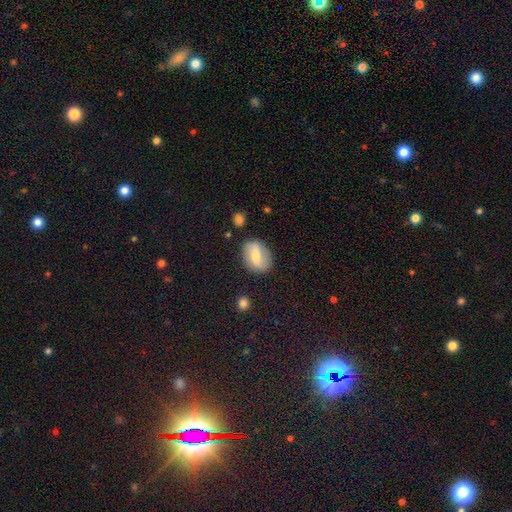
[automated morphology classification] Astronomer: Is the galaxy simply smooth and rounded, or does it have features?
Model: smooth — 50% (runner-up: featured or disk, 43%).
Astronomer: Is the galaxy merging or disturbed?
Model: none — 80%.